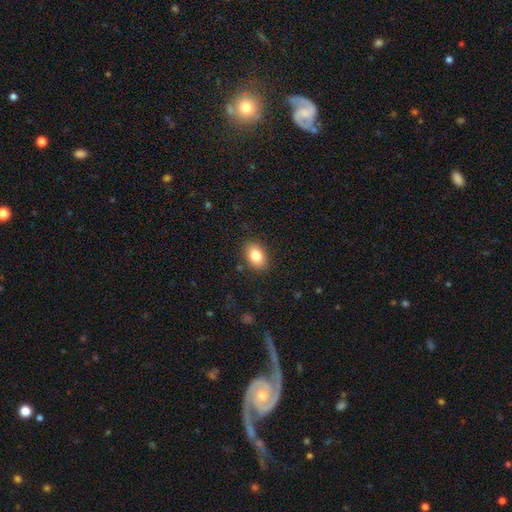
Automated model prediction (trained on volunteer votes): smooth_or_featured: smooth (p=0.83) [alt: featured or disk p=0.09]
how_rounded: in between (p=0.81) [alt: round p=0.18]
merging: none (p=0.86) [alt: minor disturbance p=0.10]